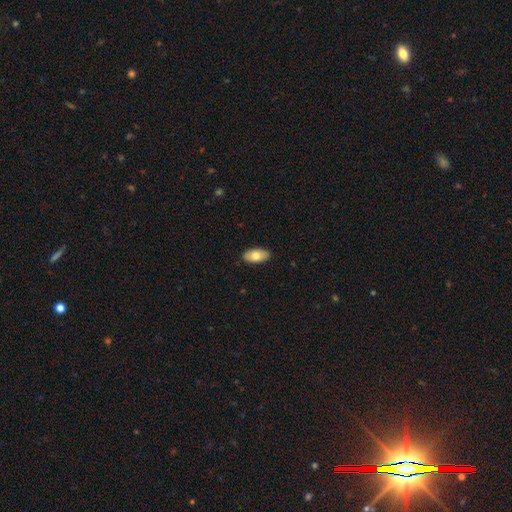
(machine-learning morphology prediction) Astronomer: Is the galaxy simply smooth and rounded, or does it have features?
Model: smooth — 73%.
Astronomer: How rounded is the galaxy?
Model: in between — 93%.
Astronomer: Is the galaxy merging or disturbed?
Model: none — 89%.